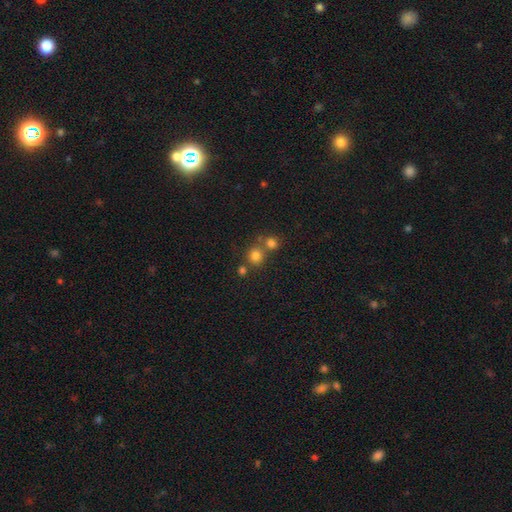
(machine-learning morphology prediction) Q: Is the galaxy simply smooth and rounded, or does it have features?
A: smooth — 76%.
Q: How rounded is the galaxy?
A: round — 88%.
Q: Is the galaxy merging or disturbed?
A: none — 62%.